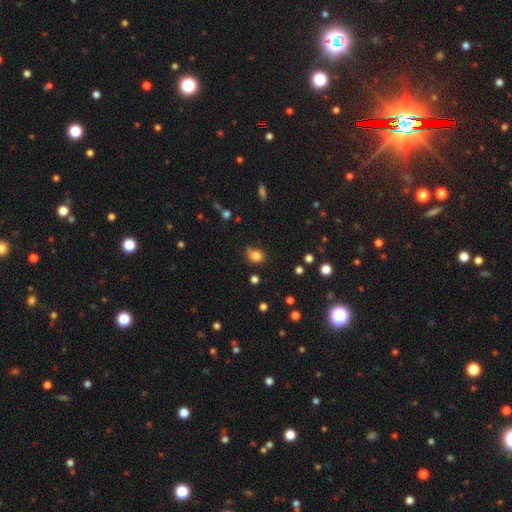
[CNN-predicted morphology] A smooth galaxy with no disk features (81%) that is in between round and cigar-shaped (50%). Merging: none (63%).